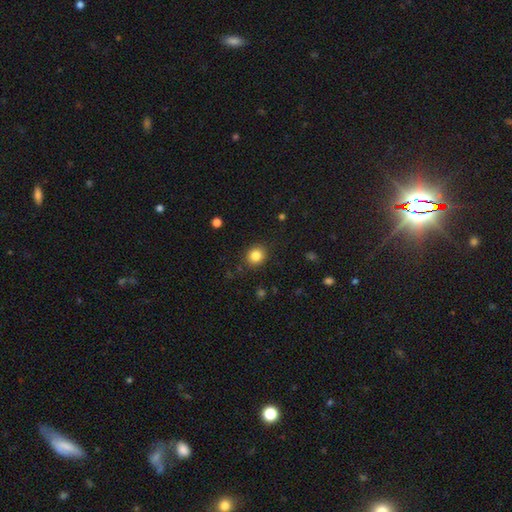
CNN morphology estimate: A smooth galaxy with no disk features (84%) that is round (81%).

Vote fractions:
- Smooth or featured? smooth: 84% / star or artifact: 11% / featured or disk: 5%
- How rounded? round: 81% / in between: 18% / cigar-shaped: 1%
- Merging? none: 88% / minor disturbance: 8% / major disturbance: 3% / merger: 1%